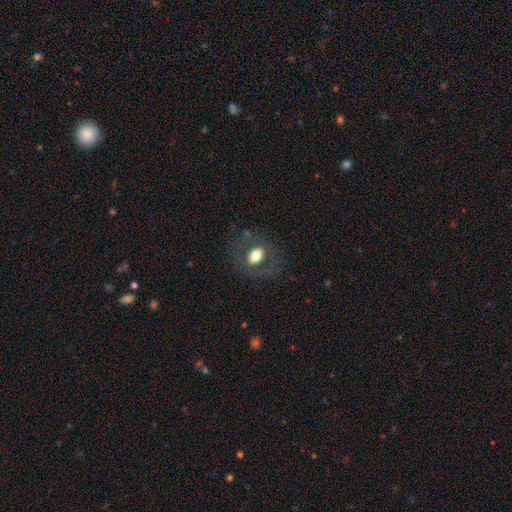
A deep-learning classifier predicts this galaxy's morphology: smooth 65%, featured or disk 25%, star or artifact 10%. Down the decision tree: how rounded — in between (61%); merging — none (76%).